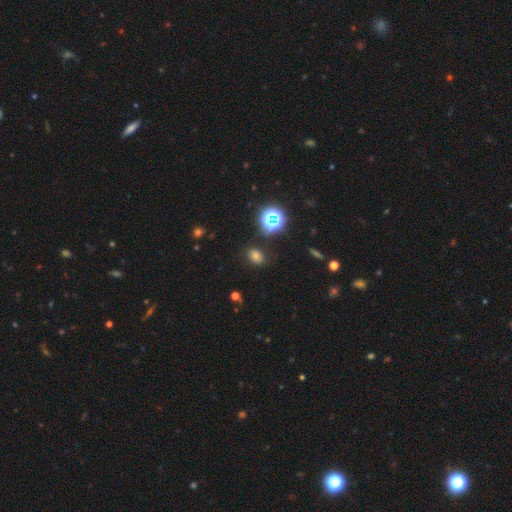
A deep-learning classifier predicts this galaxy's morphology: Q: Smooth or featured?
A: smooth (65%); runner-up: star or artifact (28%)
Q: How rounded?
A: in between (61%); runner-up: round (37%)
Q: Merging?
A: none (83%); runner-up: minor disturbance (11%)